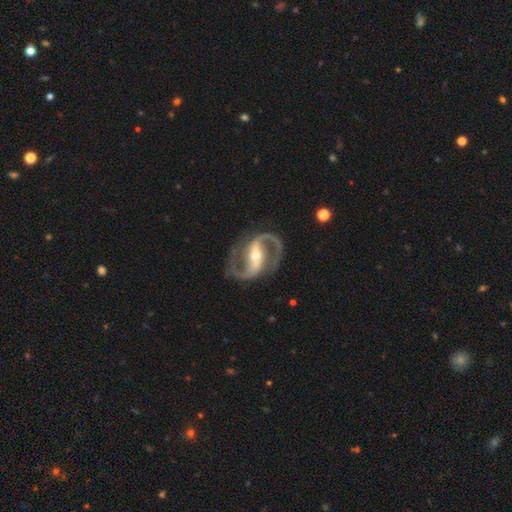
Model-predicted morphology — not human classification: Smooth or featured? featured or disk (93%)
Edge-on disk? no (97%)
Bar? strong (61%)
Spiral arms? yes (98%)
Spiral winding? medium (62%)
Spiral arm count? 2 (94%)
Bulge size? moderate (54%)
Merging? none (84%)